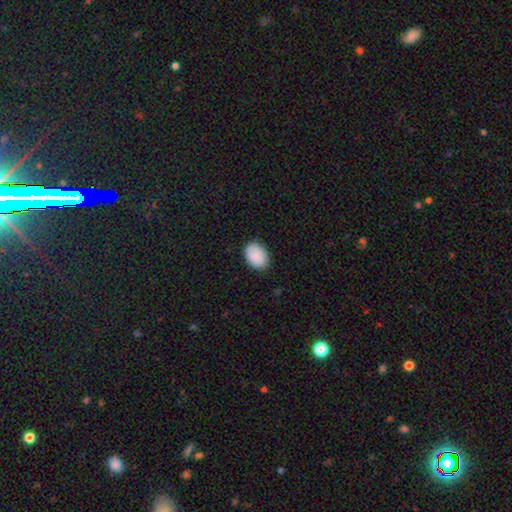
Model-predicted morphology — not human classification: A smooth galaxy with no disk features (88%) that is in between round and cigar-shaped (82%).

Vote fractions:
- Smooth or featured? smooth: 88% / star or artifact: 6% / featured or disk: 5%
- How rounded? in between: 82% / round: 17% / cigar-shaped: 1%
- Merging? none: 85% / minor disturbance: 12% / major disturbance: 2% / merger: 1%